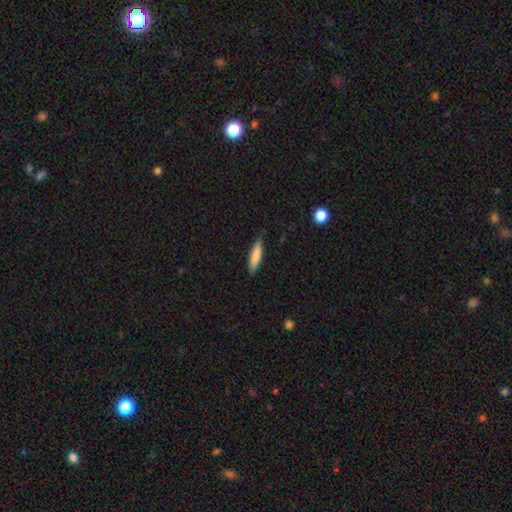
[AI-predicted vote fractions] Q: Smooth or featured?
A: smooth (77%); runner-up: featured or disk (17%)
Q: How rounded?
A: cigar-shaped (81%); runner-up: in between (18%)
Q: Merging?
A: none (81%); runner-up: minor disturbance (15%)